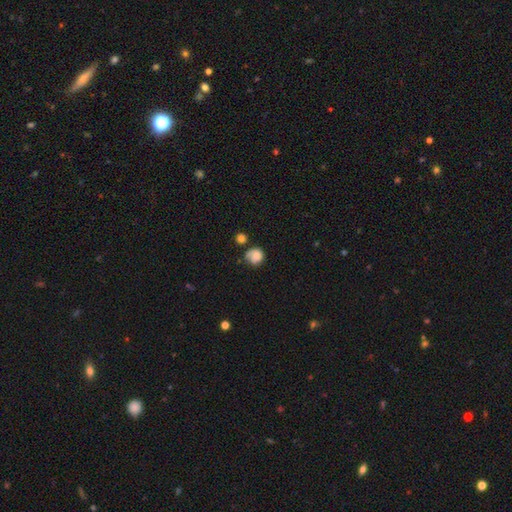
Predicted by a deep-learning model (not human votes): Overall: smooth (64%; featured or disk 26%). How rounded: round (77%). Merging: none (48%; minor disturbance 27%).